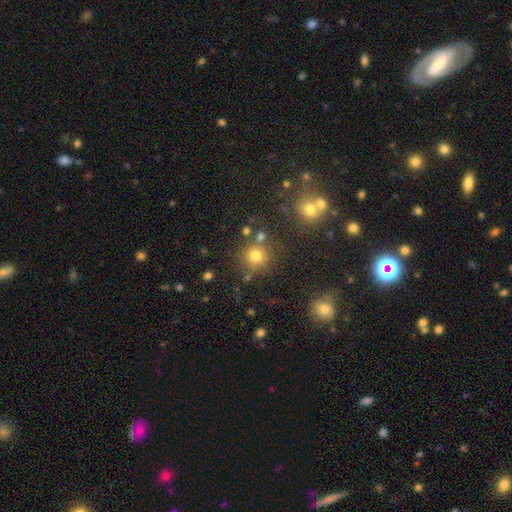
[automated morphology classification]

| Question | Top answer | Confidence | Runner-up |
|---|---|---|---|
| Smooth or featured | smooth | 75% | star or artifact (18%) |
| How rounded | round | 91% | in between (8%) |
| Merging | none | 75% | merger (11%) |